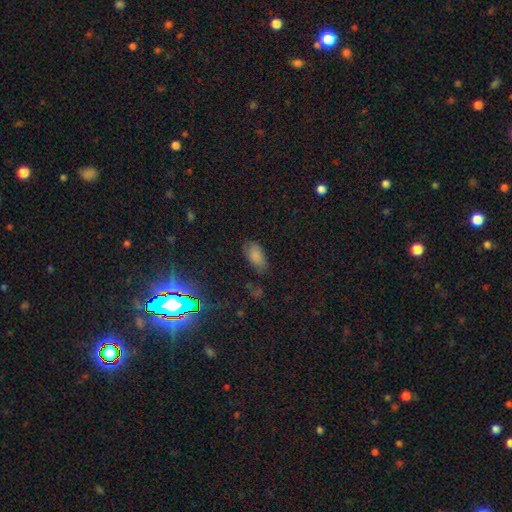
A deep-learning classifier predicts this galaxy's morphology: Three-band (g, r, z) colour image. It shows a smooth galaxy with no disk features (79%) that is in between round and cigar-shaped (92%). Merging: none (68%).